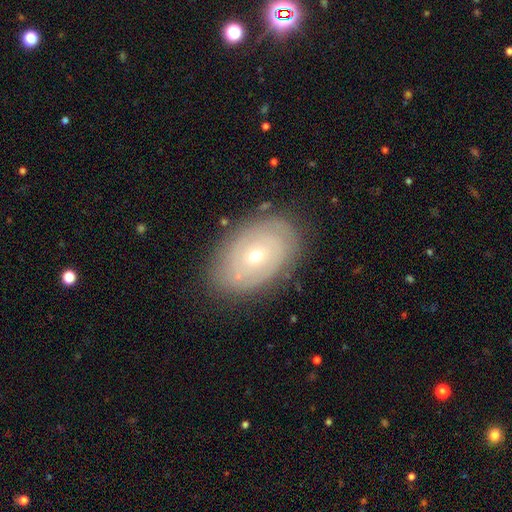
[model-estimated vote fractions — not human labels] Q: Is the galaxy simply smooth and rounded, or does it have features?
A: featured or disk — 66%.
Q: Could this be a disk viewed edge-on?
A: no — 94%.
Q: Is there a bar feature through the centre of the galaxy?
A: no — 82%.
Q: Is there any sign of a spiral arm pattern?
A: yes — 70%.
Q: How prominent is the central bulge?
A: small — 59%.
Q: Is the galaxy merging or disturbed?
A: none — 82%.